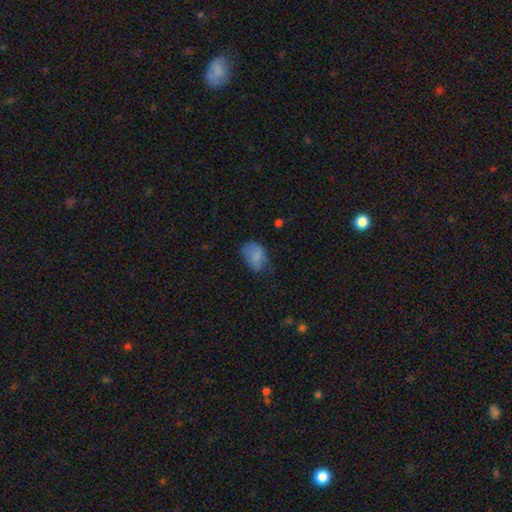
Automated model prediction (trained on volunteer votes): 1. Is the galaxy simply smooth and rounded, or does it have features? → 70% smooth, 19% featured or disk, 11% star or artifact.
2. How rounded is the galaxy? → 82% in between, 17% round, 1% cigar-shaped.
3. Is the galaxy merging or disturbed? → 35% minor disturbance (tied), 35% none (tied), 28% major disturbance, 2% merger.